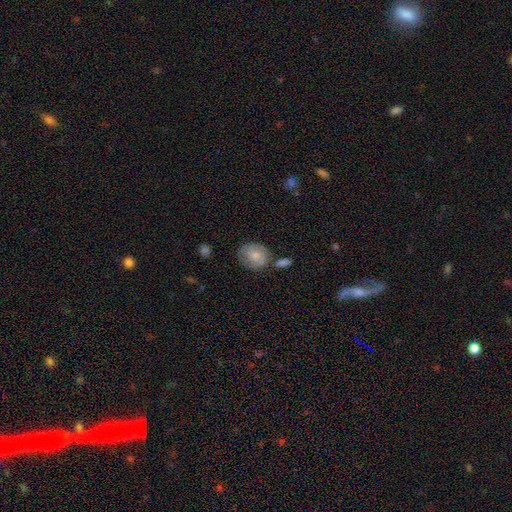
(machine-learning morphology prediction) smooth_or_featured: smooth (p=0.67) [alt: featured or disk p=0.27]
how_rounded: round (p=0.62) [alt: in between p=0.36]
merging: none (p=0.61) [alt: minor disturbance p=0.21]